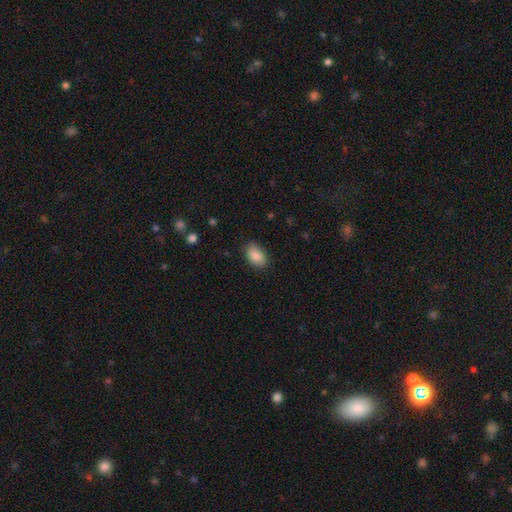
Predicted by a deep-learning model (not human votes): smooth_or_featured: smooth (p=0.86) [alt: star or artifact p=0.07]
how_rounded: in between (p=0.89) [alt: round p=0.10]
merging: none (p=0.81) [alt: minor disturbance p=0.16]